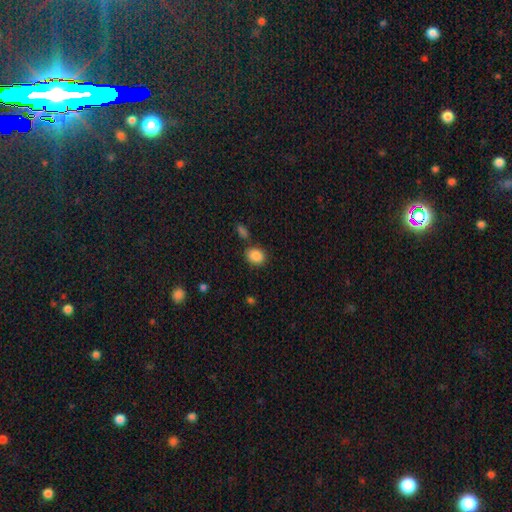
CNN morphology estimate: Smooth or featured? smooth (87%)
How rounded? in between (54%)
Merging? none (75%)